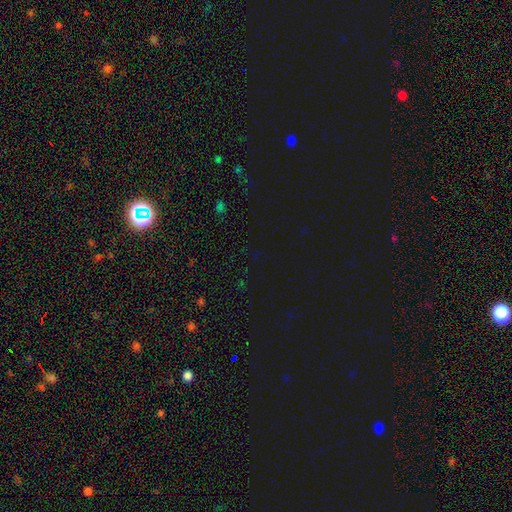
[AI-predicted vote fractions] Smooth or featured: star or artifact — 74% (smooth — 19%)